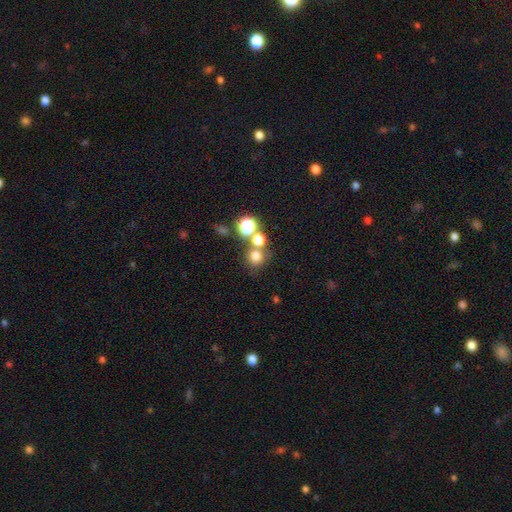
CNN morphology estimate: smooth-or-featured: smooth: 71% | star or artifact: 20% | featured or disk: 9%
  how-rounded: round: 89% | in between: 10% | cigar-shaped: 1%
  merging: none: 61% | merger: 26% | minor disturbance: 8% | major disturbance: 4%